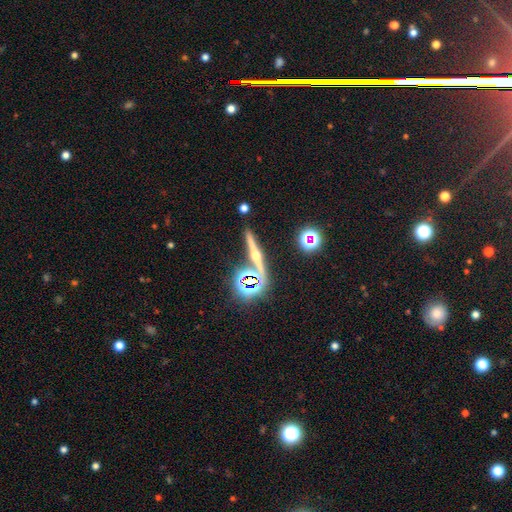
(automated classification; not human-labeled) featured or disk 61%, star or artifact 22%, smooth 16%. Down the decision tree: edge-on disk — yes (93%); edge-on bulge — rounded (91%); merging — none (81%).